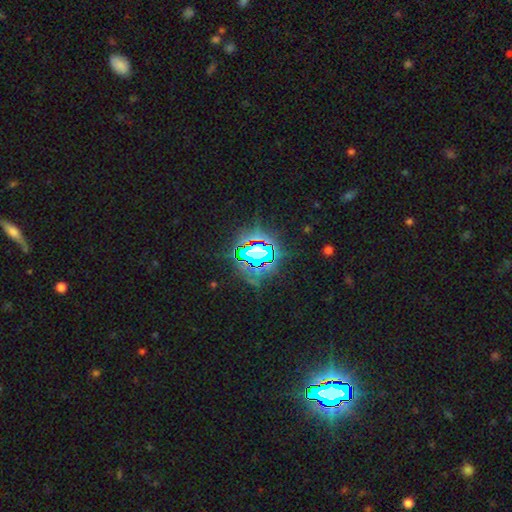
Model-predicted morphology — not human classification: type=star or artifact (83%).